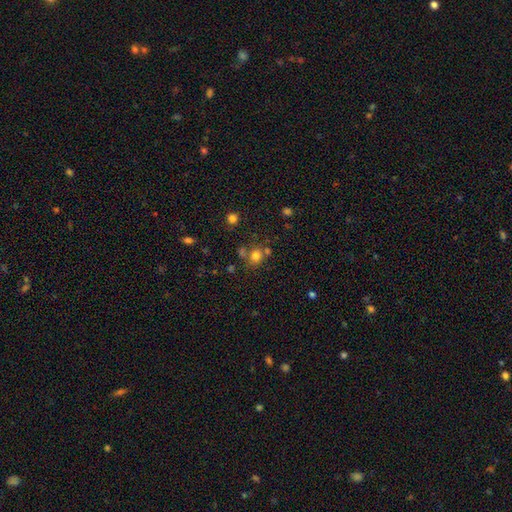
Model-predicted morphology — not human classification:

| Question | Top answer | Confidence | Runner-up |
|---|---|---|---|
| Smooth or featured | smooth | 73% | star or artifact (18%) |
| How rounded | round | 78% | in between (21%) |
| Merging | none | 61% | merger (22%) |